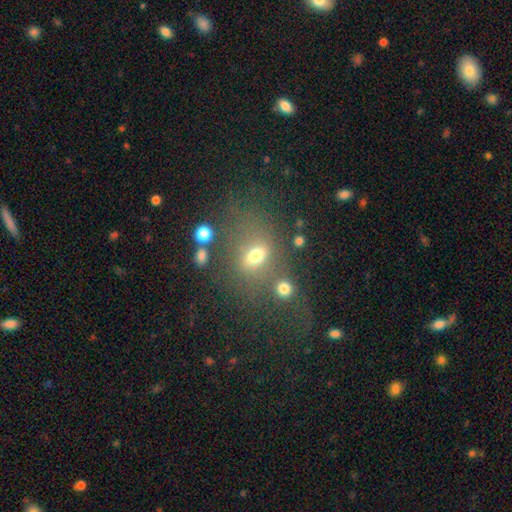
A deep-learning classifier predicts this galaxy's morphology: A smooth galaxy with no disk features (64%) that is in between round and cigar-shaped (65%).

Vote fractions:
- Smooth or featured? smooth: 64% / star or artifact: 19% / featured or disk: 17%
- How rounded? in between: 65% / round: 30% / cigar-shaped: 5%
- Merging? none: 53% / merger: 17% / minor disturbance: 17% / major disturbance: 14%